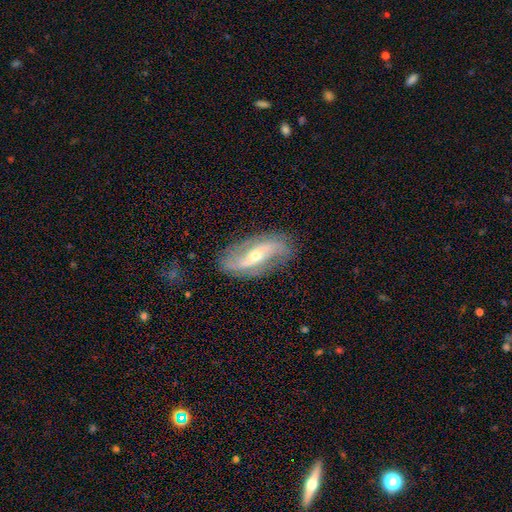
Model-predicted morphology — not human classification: smooth_or_featured: featured or disk (p=0.83) [alt: smooth p=0.11]
disk_edge_on: no (p=0.90) [alt: yes p=0.10]
bar: strong (p=0.34) [alt: no p=0.33]
has_spiral_arms: yes (p=0.90) [alt: no p=0.10]
spiral_winding: loose (p=0.59) [alt: medium p=0.27]
spiral_arm_count: 2 (p=0.88) [alt: can't tell p=0.06]
bulge_size: small (p=0.53) [alt: moderate p=0.43]
merging: none (p=0.80) [alt: minor disturbance p=0.14]